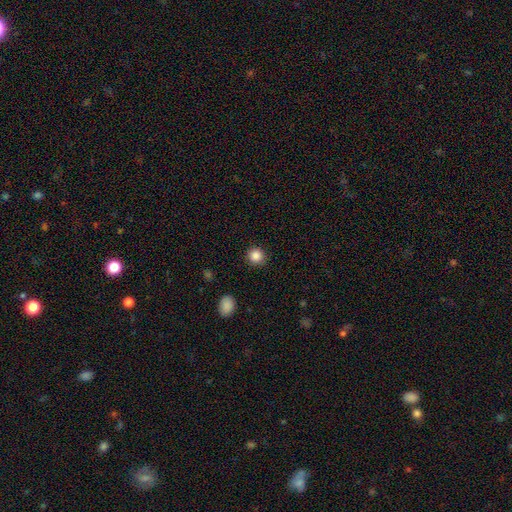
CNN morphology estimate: type=smooth (87%); roundness=round (93%); merging=none (90%).